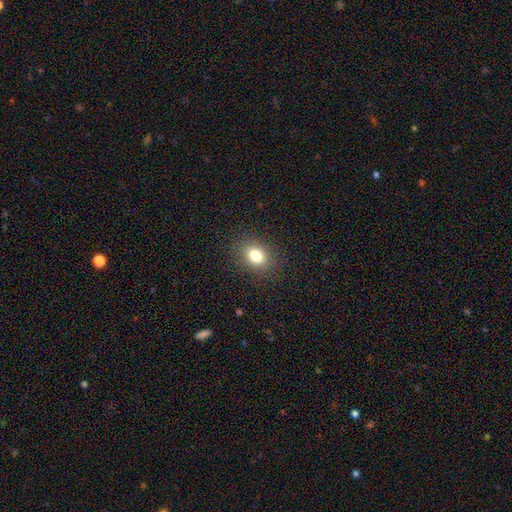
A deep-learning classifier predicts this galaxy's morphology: smooth 80%, star or artifact 11%, featured or disk 8%. Down the decision tree: how rounded — in between (66%); merging — none (87%).